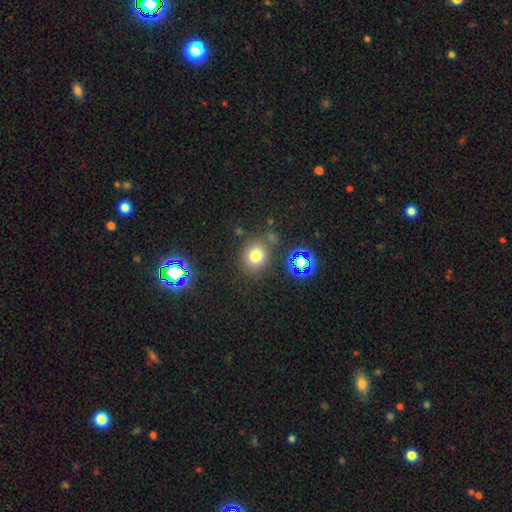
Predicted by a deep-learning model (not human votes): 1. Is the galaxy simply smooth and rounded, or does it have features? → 73% smooth, 19% star or artifact, 8% featured or disk.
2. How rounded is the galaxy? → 80% round, 19% in between, 1% cigar-shaped.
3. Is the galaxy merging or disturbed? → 75% none, 12% minor disturbance, 8% merger, 5% major disturbance.